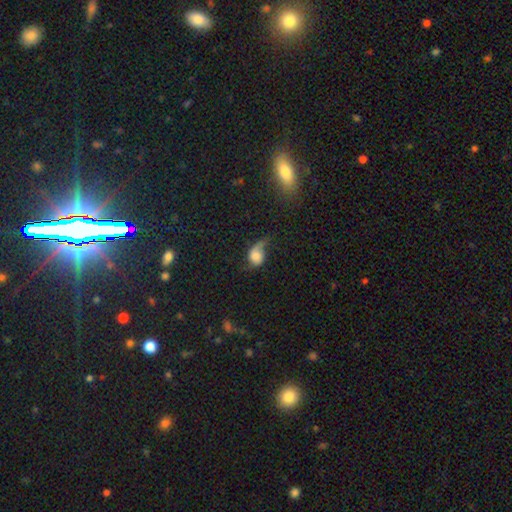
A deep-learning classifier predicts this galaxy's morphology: This appears to be a smooth galaxy with no disk features (49%). Merging: major disturbance (40%).